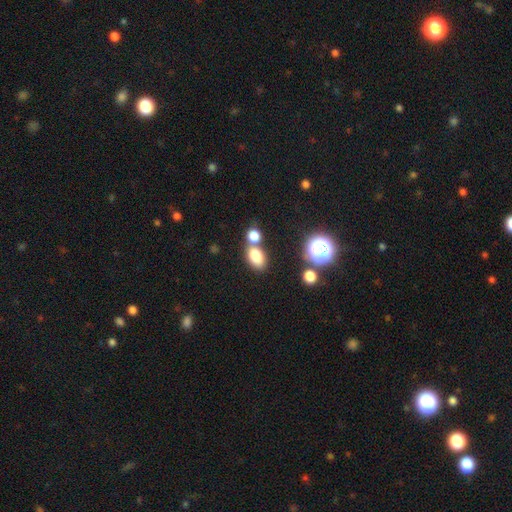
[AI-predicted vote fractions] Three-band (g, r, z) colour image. It shows a smooth galaxy with no disk features (79%) that is in between round and cigar-shaped (81%). Merging: none (54%).